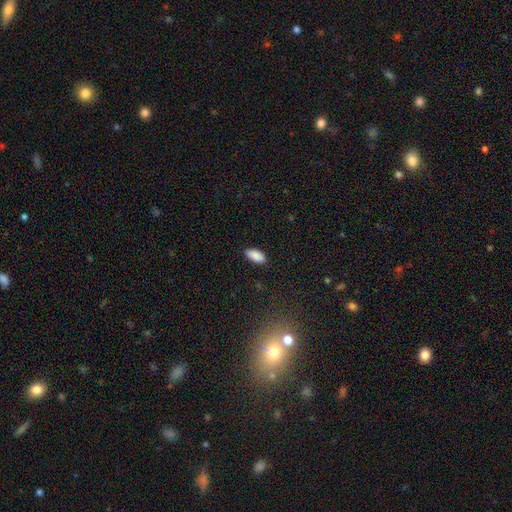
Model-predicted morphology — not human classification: smooth-or-featured: smooth: 88% | star or artifact: 7% | featured or disk: 5%
  how-rounded: in between: 91% | cigar-shaped: 7% | round: 2%
  merging: none: 85% | minor disturbance: 12% | major disturbance: 2% | merger: 1%